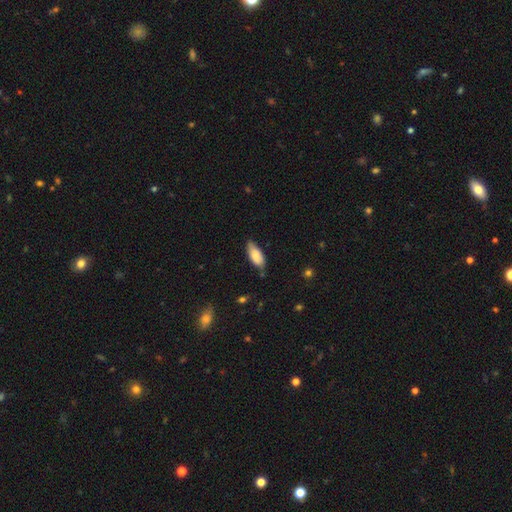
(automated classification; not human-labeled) Smooth or featured?
  - smooth: 76% *
  - featured or disk: 17%
  - star or artifact: 6%
How rounded?
  - in between: 85% *
  - cigar-shaped: 14%
  - round: 2%
Merging?
  - none: 66% *
  - minor disturbance: 28%
  - major disturbance: 4%
  - merger: 2%